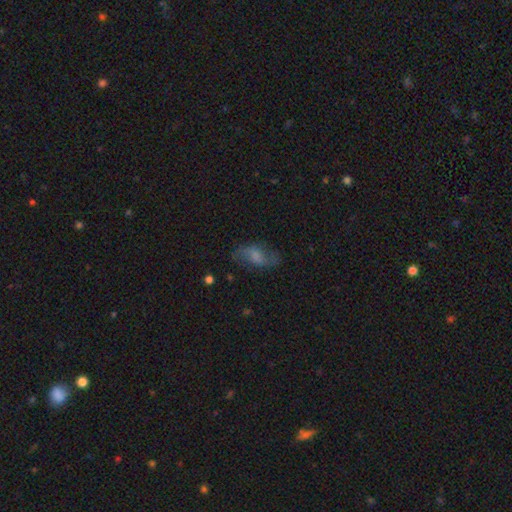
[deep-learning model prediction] Q: Smooth or featured?
A: featured or disk (50%); runner-up: smooth (40%)
Q: Merging?
A: none (67%); runner-up: minor disturbance (19%)